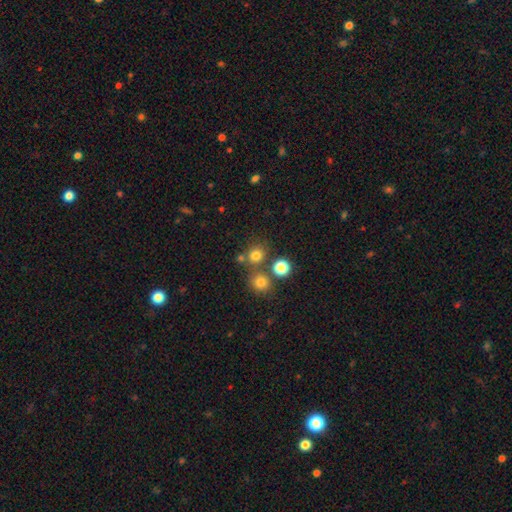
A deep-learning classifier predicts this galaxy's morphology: Smooth or featured?
  - smooth: 75% *
  - star or artifact: 18%
  - featured or disk: 7%
How rounded?
  - round: 83% *
  - in between: 16%
  - cigar-shaped: 1%
Merging?
  - none: 70% *
  - merger: 17%
  - minor disturbance: 9%
  - major disturbance: 4%